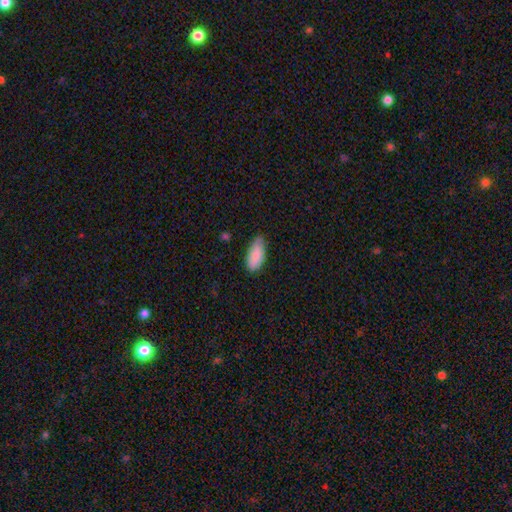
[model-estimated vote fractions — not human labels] Smooth or featured? Predicted: smooth (p=0.87). How rounded? Predicted: in between (p=0.87). Merging? Predicted: none (p=0.66).